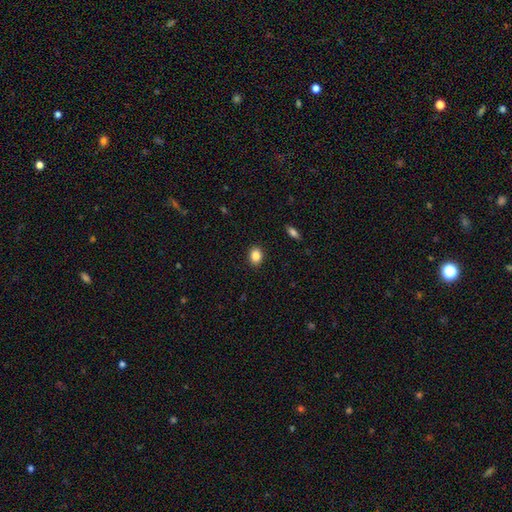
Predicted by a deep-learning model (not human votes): This is clearly a smooth galaxy (85%). How rounded: possibly in between (58%). Merging: clearly none (90%).